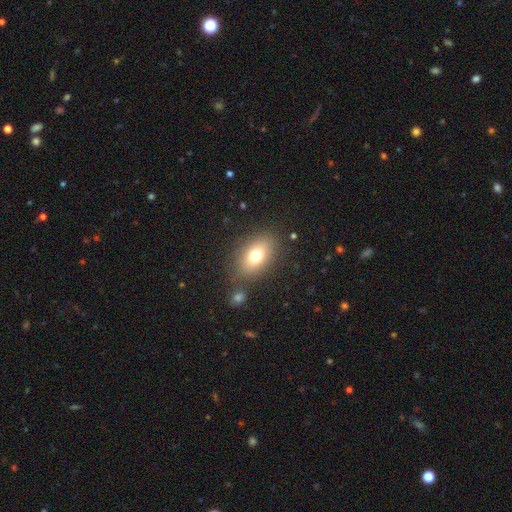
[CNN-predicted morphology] Smooth or featured: smooth — 73% (featured or disk — 16%)
How rounded: in between — 82% (round — 16%)
Merging: none — 80% (minor disturbance — 11%)